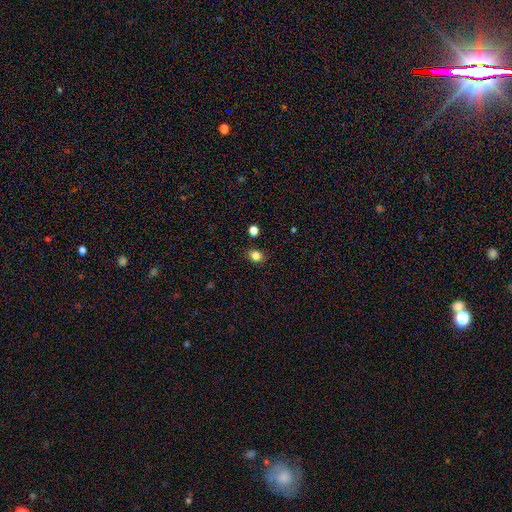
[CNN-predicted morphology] A smooth galaxy with no disk features (82%) that is round (61%). Merging: none (87%).